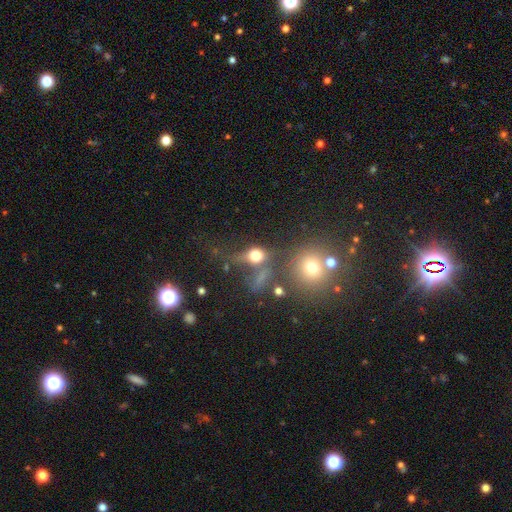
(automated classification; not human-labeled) smooth_or_featured: smooth (p=0.65) [alt: star or artifact p=0.20]
how_rounded: round (p=0.66) [alt: in between p=0.31]
merging: none (p=0.37) [alt: merger p=0.27]